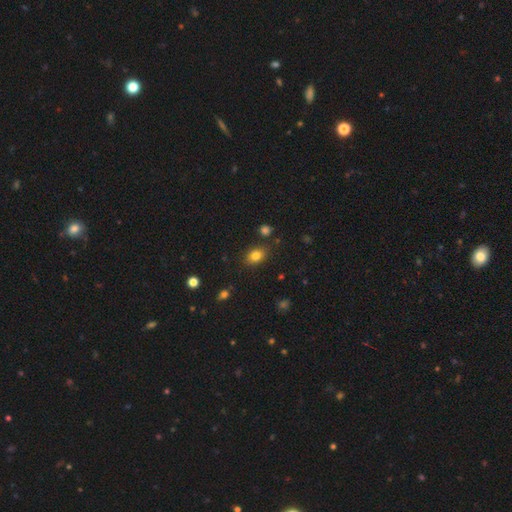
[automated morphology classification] Smooth or featured? Predicted: smooth (p=0.81). How rounded? Predicted: in between (p=0.75). Merging? Predicted: none (p=0.83).